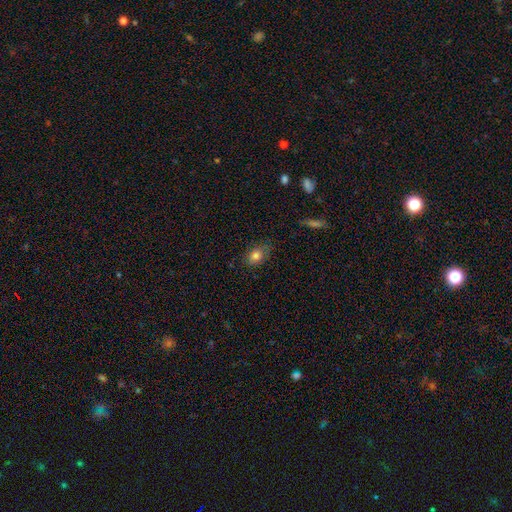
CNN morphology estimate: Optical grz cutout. It shows a smooth galaxy with no disk features (81%) that is in between round and cigar-shaped (72%). Merging: none (75%).